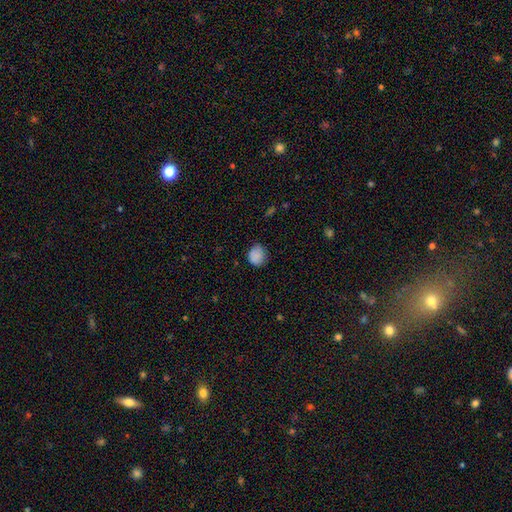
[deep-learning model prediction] Q: Smooth or featured?
A: smooth (85%); runner-up: star or artifact (9%)
Q: How rounded?
A: round (61%); runner-up: in between (38%)
Q: Merging?
A: none (67%); runner-up: minor disturbance (28%)